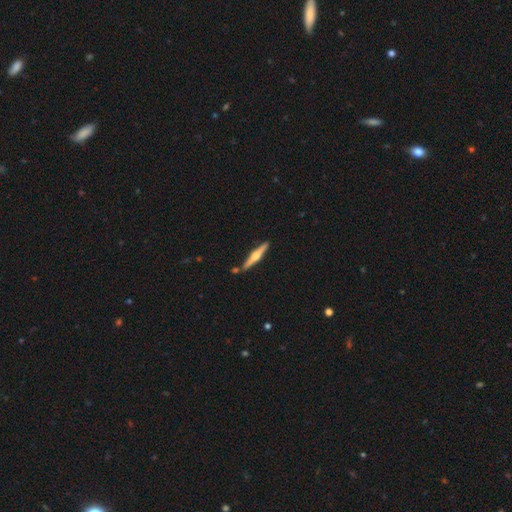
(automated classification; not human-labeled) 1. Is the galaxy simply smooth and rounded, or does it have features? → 69% featured or disk, 26% smooth, 5% star or artifact.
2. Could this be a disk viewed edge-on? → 98% yes, 2% no.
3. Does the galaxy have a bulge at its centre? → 92% rounded, 5% boxy, 4% none.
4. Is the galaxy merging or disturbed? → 85% none, 9% minor disturbance, 4% merger, 2% major disturbance.